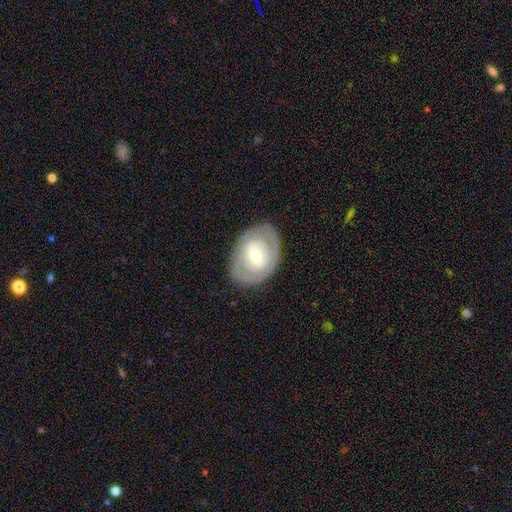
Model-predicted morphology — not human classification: A featured or disk galaxy (71%) with a weak bar (43%), spiral arms (50%, tied with no) and a moderate central bulge (57%). Merging: none (81%).